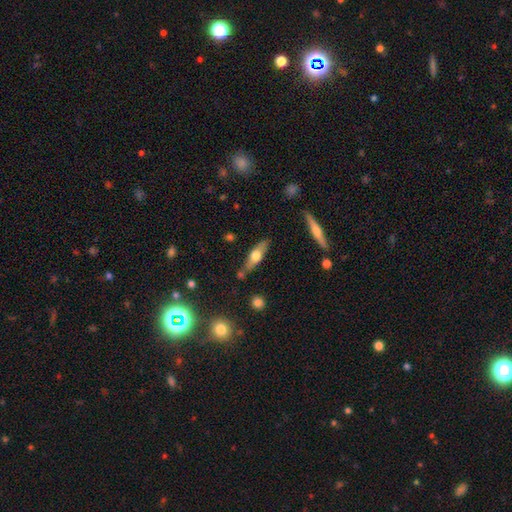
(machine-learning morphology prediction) Overall: smooth (49%; featured or disk 45%). Merging: none (77%).